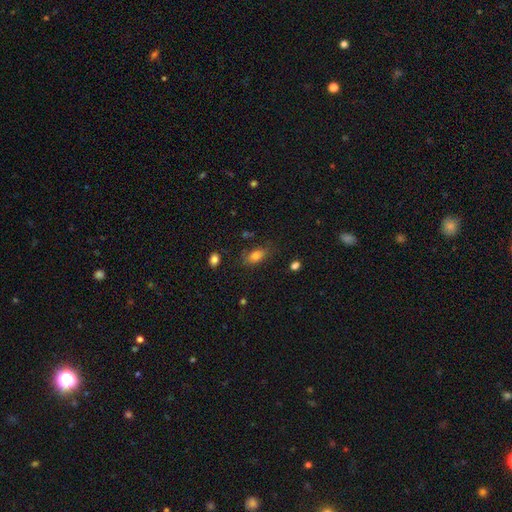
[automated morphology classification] smooth 82%, star or artifact 10%, featured or disk 8%. Down the decision tree: how rounded — in between (87%); merging — none (73%).